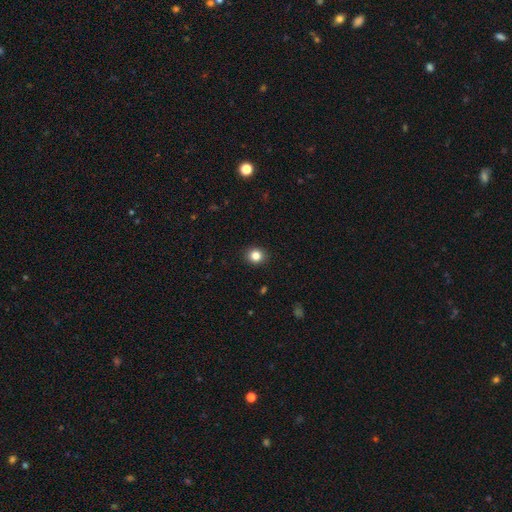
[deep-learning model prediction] Smooth or featured: smooth — 84% (star or artifact — 11%)
How rounded: round — 80% (in between — 19%)
Merging: none — 91% (minor disturbance — 6%)